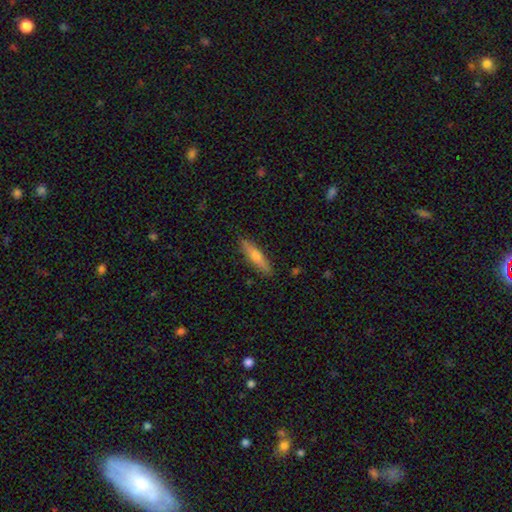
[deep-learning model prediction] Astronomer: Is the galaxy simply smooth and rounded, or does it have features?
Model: smooth — 52% (runner-up: featured or disk, 42%).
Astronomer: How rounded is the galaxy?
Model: cigar-shaped — 86%.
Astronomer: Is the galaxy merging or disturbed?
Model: none — 89%.